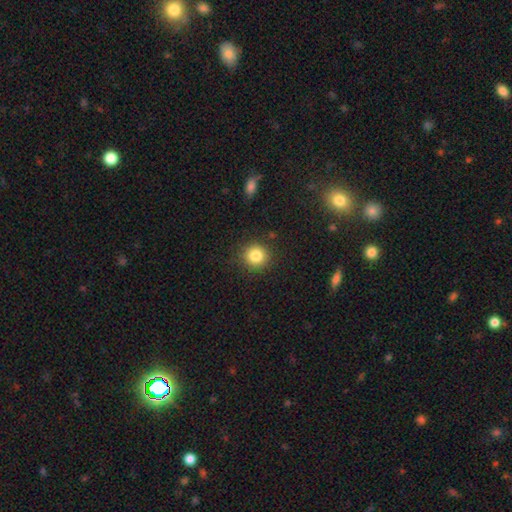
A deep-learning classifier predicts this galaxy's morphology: smooth-or-featured: smooth: 84% | star or artifact: 11% | featured or disk: 5%
  how-rounded: round: 93% | in between: 6% | cigar-shaped: 1%
  merging: none: 90% | minor disturbance: 7% | major disturbance: 2% | merger: 1%